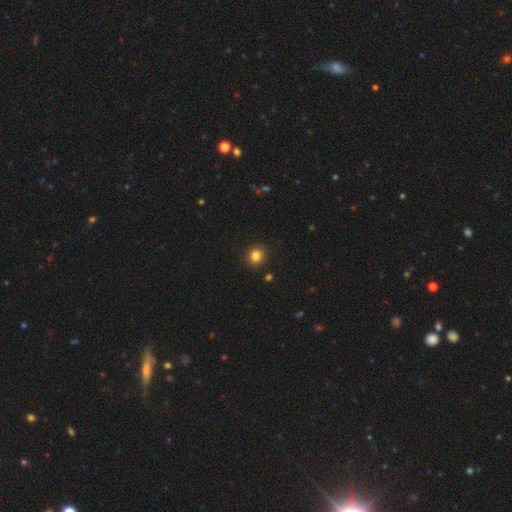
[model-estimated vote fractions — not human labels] Smooth or featured? Predicted: smooth (p=0.84). How rounded? Predicted: round (p=0.82). Merging? Predicted: none (p=0.91).